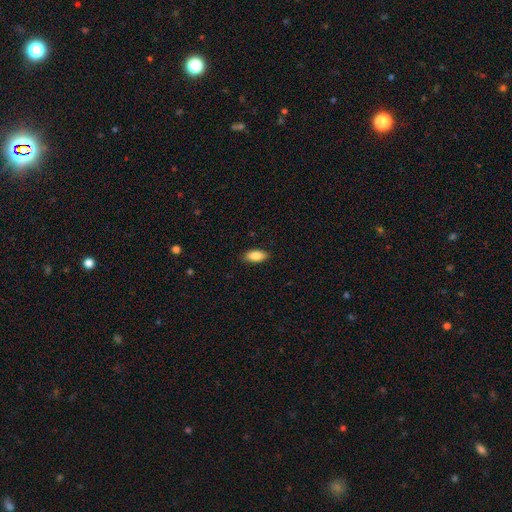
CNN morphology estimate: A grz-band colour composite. It shows a smooth galaxy with no disk features (87%) that is in between round and cigar-shaped (89%). Merging: none (87%).